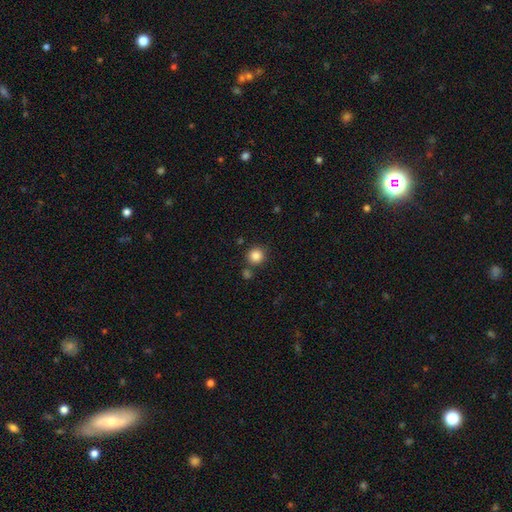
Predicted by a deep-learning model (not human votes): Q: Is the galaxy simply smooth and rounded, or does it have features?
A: smooth — 85%.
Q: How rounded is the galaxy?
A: round — 93%.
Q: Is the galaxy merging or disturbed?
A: none — 80%.